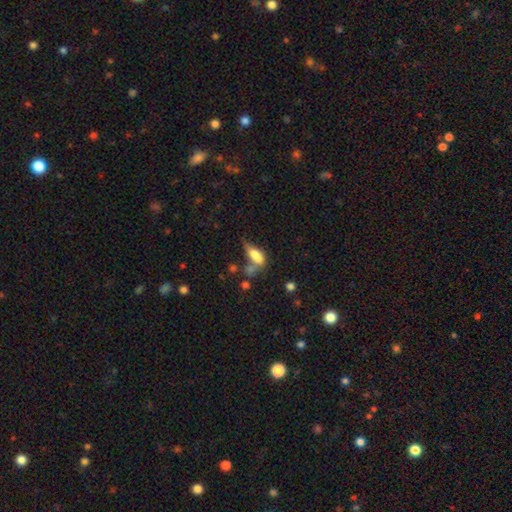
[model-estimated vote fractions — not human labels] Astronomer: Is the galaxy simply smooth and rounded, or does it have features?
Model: smooth — 68%.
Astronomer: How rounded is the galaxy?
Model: in between — 75%.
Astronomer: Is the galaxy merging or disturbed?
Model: merger — 27%, tied with major disturbance at 27%.